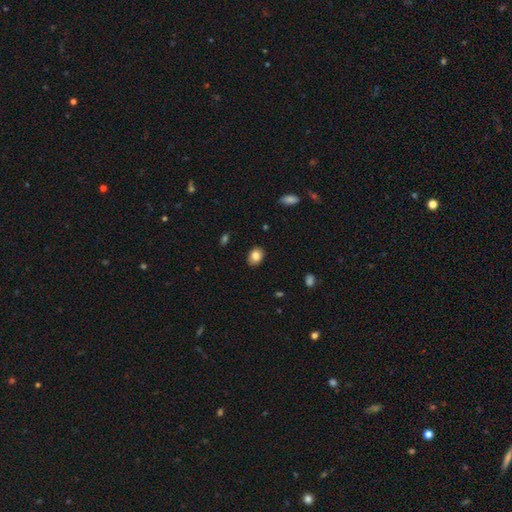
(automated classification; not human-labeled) Smooth or featured: smooth — 83% (featured or disk — 9%)
How rounded: in between — 63% (round — 36%)
Merging: none — 87% (minor disturbance — 10%)